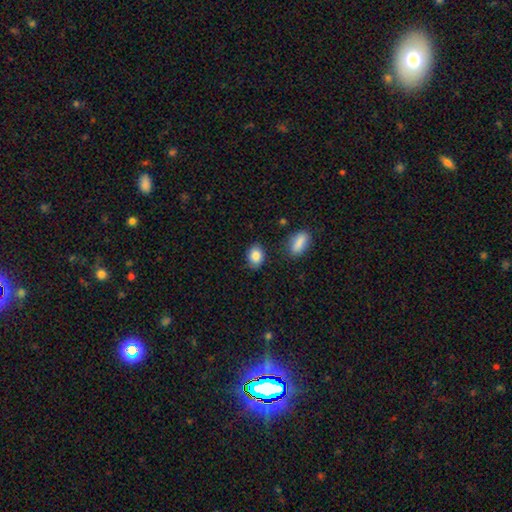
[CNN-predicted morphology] This is clearly a smooth galaxy (87%). How rounded: likely in between (71%). Merging: clearly none (82%).